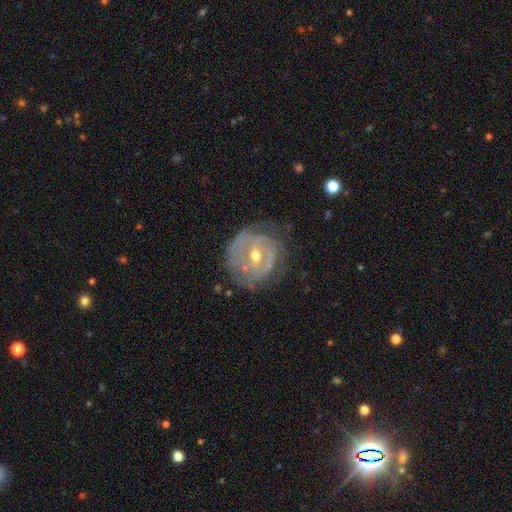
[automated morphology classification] A featured or disk galaxy (81%) with a weak bar (44%), tight (66%) spiral arms (81%) and a moderate central bulge (66%). Merging: none (67%).